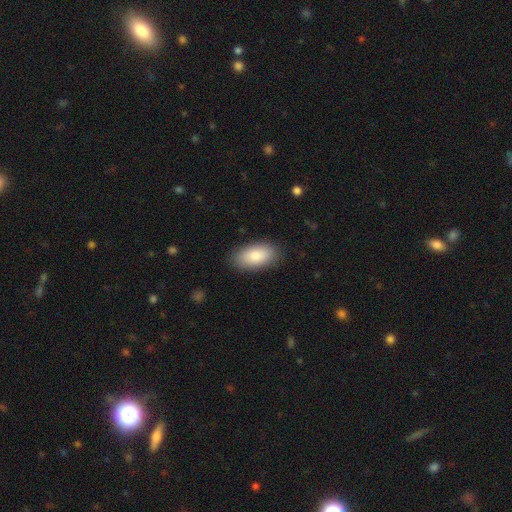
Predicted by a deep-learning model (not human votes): Morphology: type=smooth (86%); roundness=in between (94%); merging=none (87%).